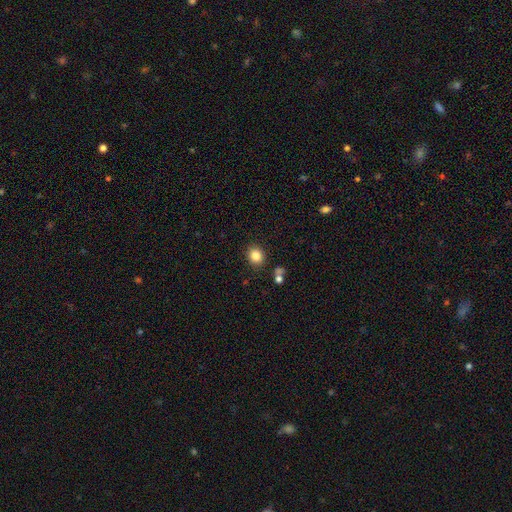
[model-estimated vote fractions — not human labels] Smooth or featured?
  - smooth: 84% *
  - star or artifact: 11%
  - featured or disk: 5%
How rounded?
  - round: 74% *
  - in between: 25%
  - cigar-shaped: 1%
Merging?
  - none: 86% *
  - minor disturbance: 9%
  - merger: 3%
  - major disturbance: 3%